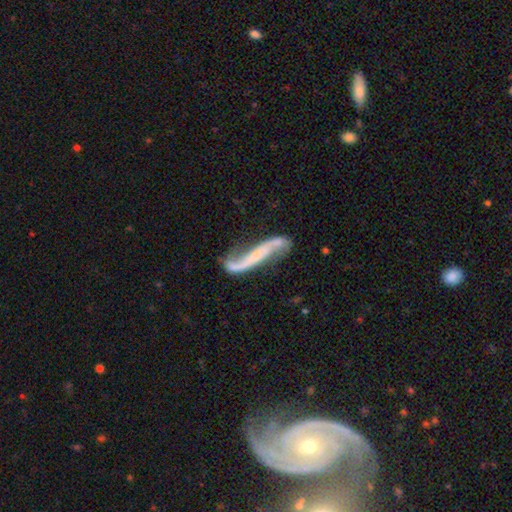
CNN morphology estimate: This is likely a featured or disk galaxy (79%). It is likely not viewed edge-on (75%). Bar: marginally no (39%). Spiral arm pattern: clearly yes (90%). Spiral arm count: clearly 2 (88%). Spiral winding: clearly loose (85%). Central bulge: possibly none (47%). Merging: possibly none (56%).